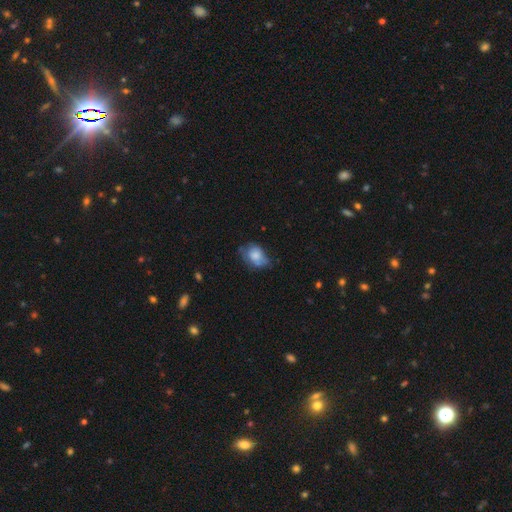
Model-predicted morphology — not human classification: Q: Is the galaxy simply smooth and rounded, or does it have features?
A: smooth — 68%.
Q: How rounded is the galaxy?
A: in between — 76%.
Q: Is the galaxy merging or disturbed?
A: none — 40%.